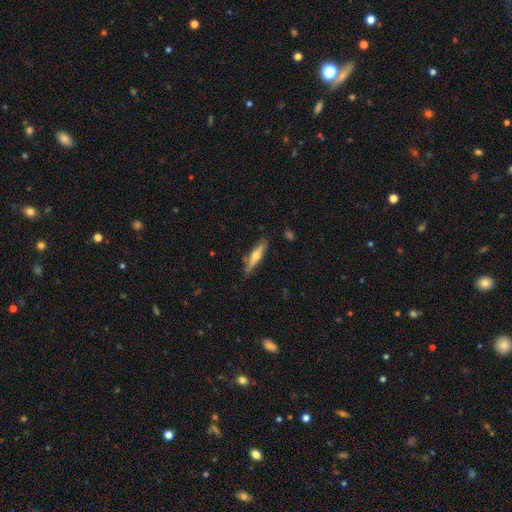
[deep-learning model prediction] This is possibly a featured or disk galaxy (52%). It is clearly viewed edge-on (89%). Merging: likely none (78%).